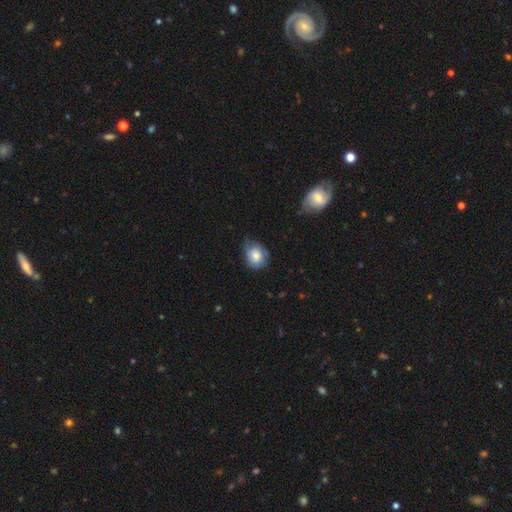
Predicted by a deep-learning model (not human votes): This appears to be a smooth galaxy with no disk features (74%) that is round (63%). Merging: none (46%).